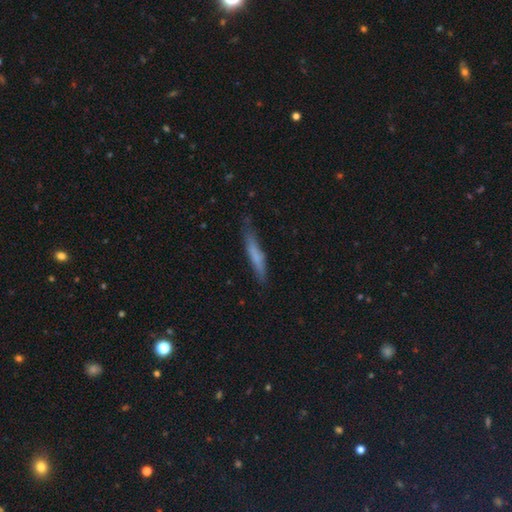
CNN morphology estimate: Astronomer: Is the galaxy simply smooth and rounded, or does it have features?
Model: smooth — 68%.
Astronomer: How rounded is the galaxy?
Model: cigar-shaped — 93%.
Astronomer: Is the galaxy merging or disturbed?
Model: none — 74%.